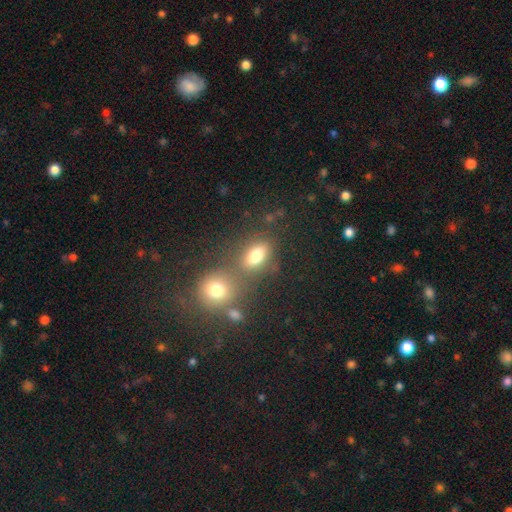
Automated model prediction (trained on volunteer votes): A smooth galaxy with no disk features (78%) that is in between round and cigar-shaped (79%). Merging: none (53%).